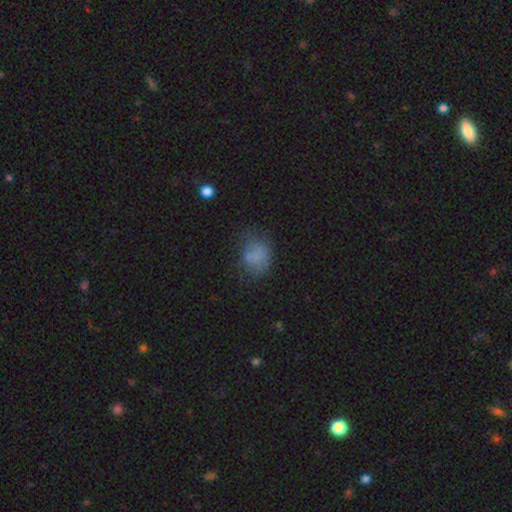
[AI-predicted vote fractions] smooth-or-featured: smooth: 73% | featured or disk: 14% | star or artifact: 13%
  how-rounded: in between: 55% | round: 44% | cigar-shaped: 1%
  merging: none: 53% | minor disturbance: 28% | major disturbance: 16% | merger: 3%